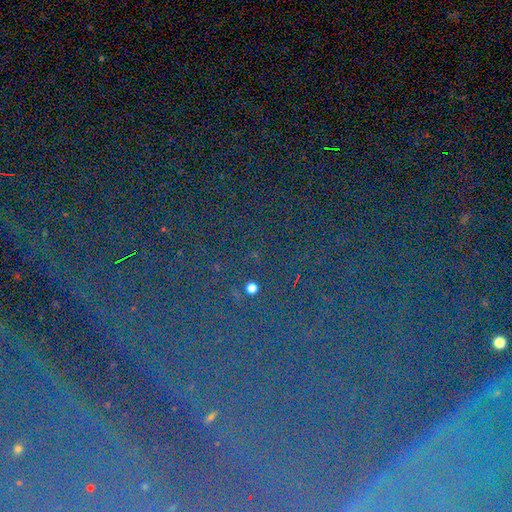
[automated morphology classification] Overall: star or artifact (76%).